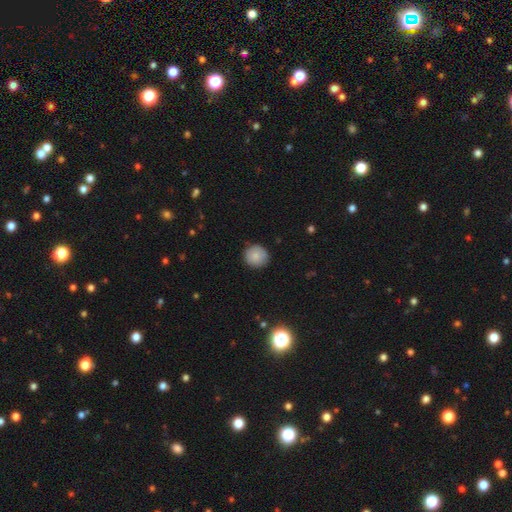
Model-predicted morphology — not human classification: The model was most divided on "smooth or featured": smooth: 84%, featured or disk: 9%, star or artifact: 8%. More confident: how rounded — round (92%); merging — none (87%).